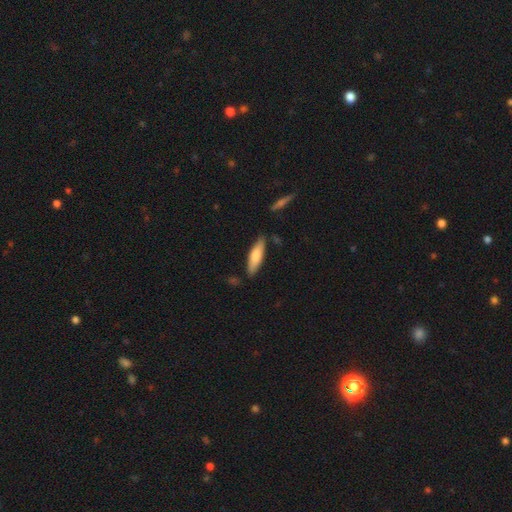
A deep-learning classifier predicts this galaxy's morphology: A smooth galaxy with no disk features (73%) that is cigar-shaped (62%).

Vote fractions:
- Smooth or featured? smooth: 73% / featured or disk: 21% / star or artifact: 5%
- How rounded? cigar-shaped: 62% / in between: 37% / round: 1%
- Merging? none: 83% / minor disturbance: 12% / merger: 3% / major disturbance: 2%